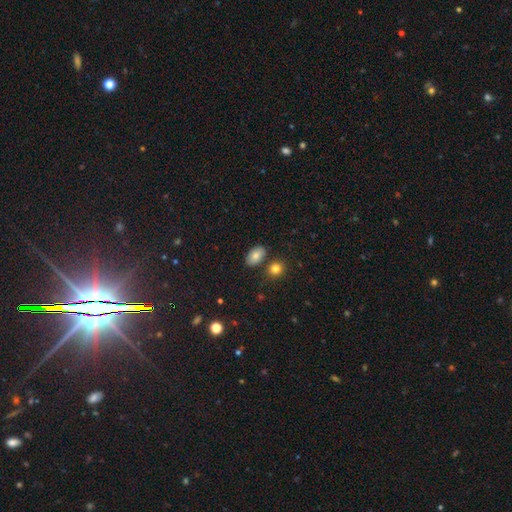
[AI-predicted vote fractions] smooth-or-featured: smooth: 83% | star or artifact: 8% | featured or disk: 8%
  how-rounded: in between: 90% | round: 8% | cigar-shaped: 2%
  merging: none: 78% | minor disturbance: 11% | merger: 8% | major disturbance: 3%